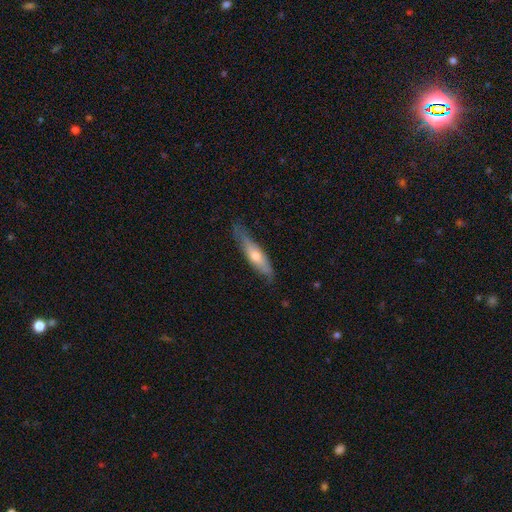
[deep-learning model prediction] Smooth or featured? smooth (49%)
Merging? none (66%)